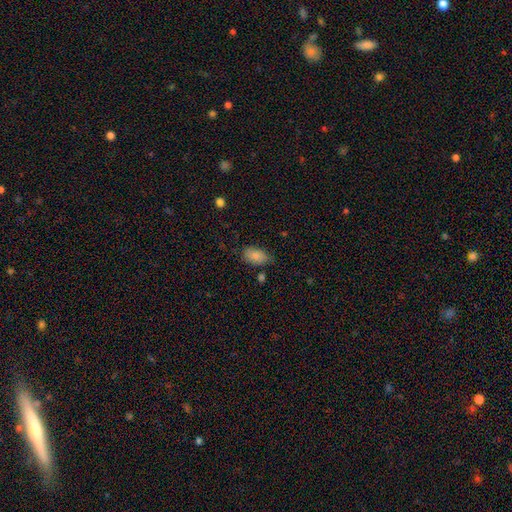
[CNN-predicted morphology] Smooth or featured? smooth (86%)
How rounded? in between (92%)
Merging? none (72%)